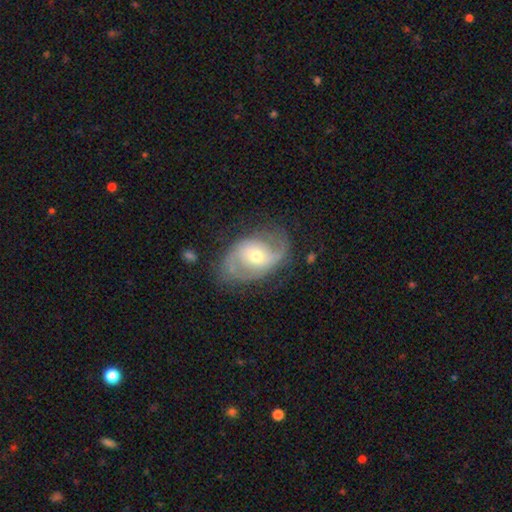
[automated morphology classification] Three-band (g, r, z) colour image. It shows a featured or disk galaxy (81%) with no bar (58%), 2 (86%) medium (47%) spiral arms (92%) and a moderate central bulge (58%). Merging: none (70%).